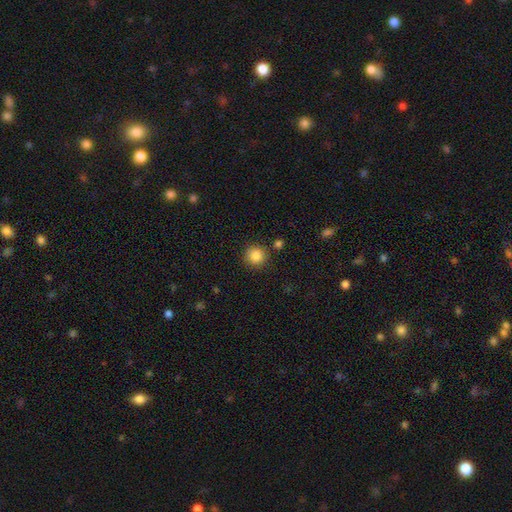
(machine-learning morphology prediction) A smooth galaxy with no disk features (86%) that is round (94%).

Vote fractions:
- Smooth or featured? smooth: 86% / star or artifact: 10% / featured or disk: 4%
- How rounded? round: 94% / in between: 5% / cigar-shaped: 1%
- Merging? none: 87% / minor disturbance: 7% / merger: 4% / major disturbance: 2%